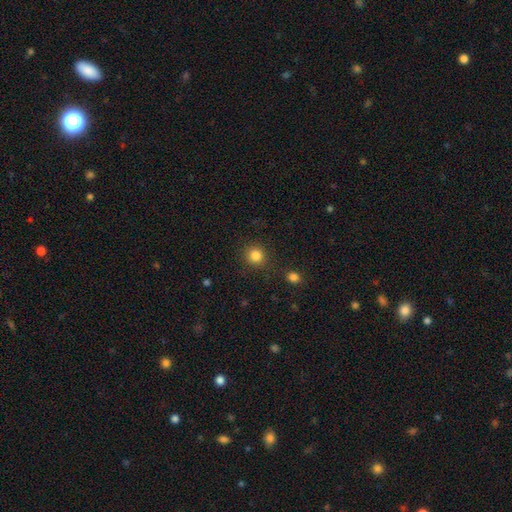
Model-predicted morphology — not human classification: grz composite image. It shows a smooth galaxy with no disk features (84%) that is round (92%). Merging: none (87%).